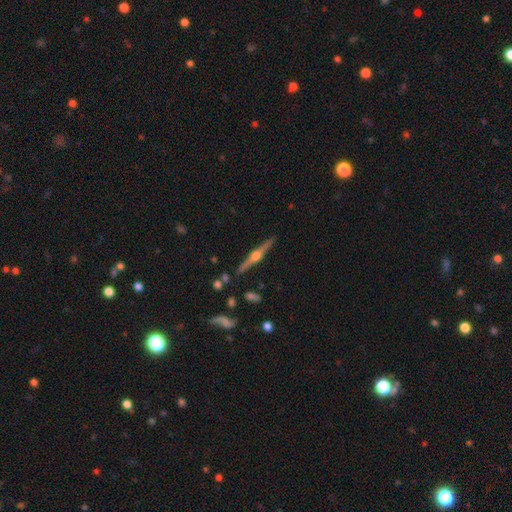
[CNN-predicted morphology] This appears to be a featured or disk galaxy (85%) viewed edge-on (98%) with a rounded central bulge (96%). Merging: none (90%).